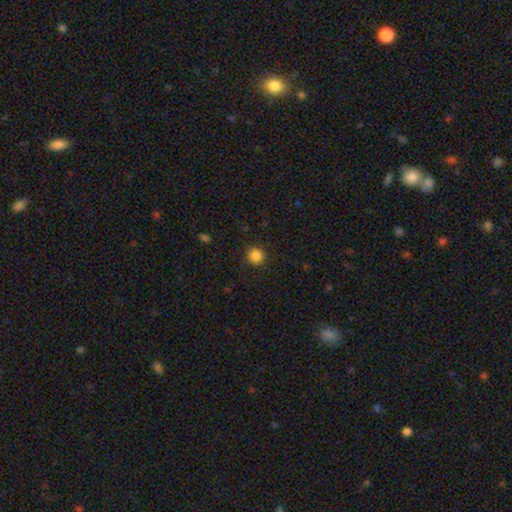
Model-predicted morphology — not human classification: A smooth galaxy with no disk features (86%) that is round (92%).

Vote fractions:
- Smooth or featured? smooth: 86% / star or artifact: 11% / featured or disk: 3%
- How rounded? round: 92% / in between: 7% / cigar-shaped: 1%
- Merging? none: 89% / minor disturbance: 7% / major disturbance: 2% / merger: 1%